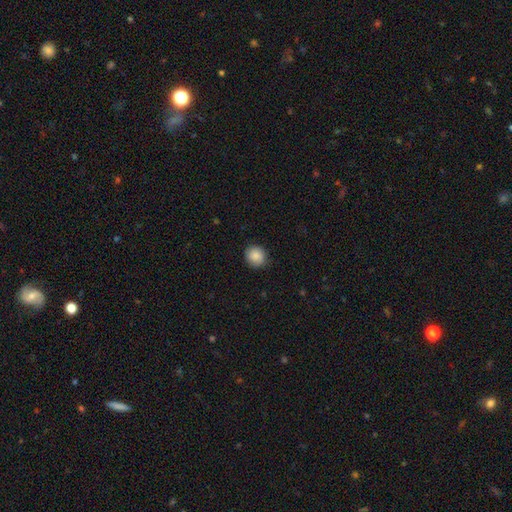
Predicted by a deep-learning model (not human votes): A smooth galaxy with no disk features (87%) that is round (86%).

Vote fractions:
- Smooth or featured? smooth: 87% / star or artifact: 8% / featured or disk: 5%
- How rounded? round: 86% / in between: 13% / cigar-shaped: 1%
- Merging? none: 87% / minor disturbance: 10% / major disturbance: 2% / merger: 1%